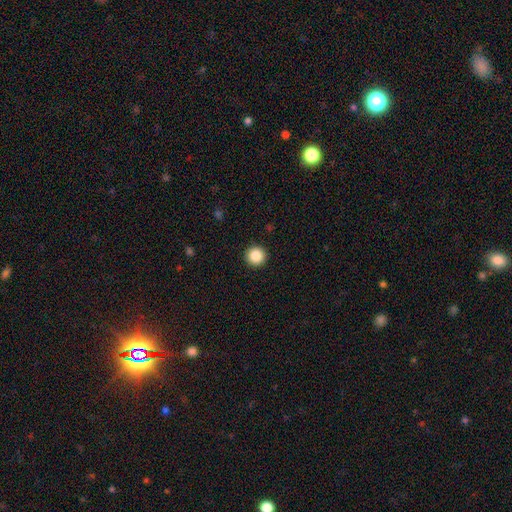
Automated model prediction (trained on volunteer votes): A smooth galaxy with no disk features (86%) that is round (96%). Merging: none (93%).